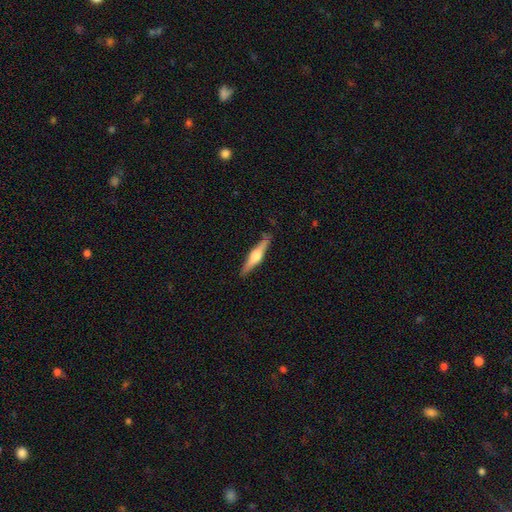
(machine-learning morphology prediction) A featured or disk galaxy (67%) viewed edge-on (97%) with a rounded central bulge (92%).

Vote fractions:
- Smooth or featured? featured or disk: 67% / smooth: 28% / star or artifact: 5%
- Edge-on disk? yes: 97% / no: 3%
- Edge-on bulge? rounded: 92% / boxy: 5% / none: 2%
- Merging? none: 88% / minor disturbance: 9% / major disturbance: 2% / merger: 1%